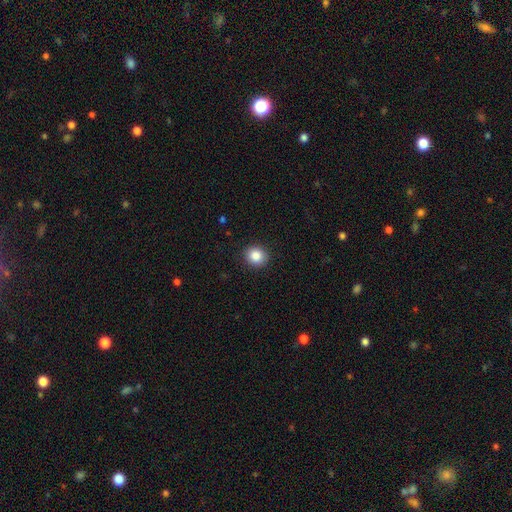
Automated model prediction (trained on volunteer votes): Smooth or featured?
  - smooth: 87% *
  - star or artifact: 9%
  - featured or disk: 4%
How rounded?
  - round: 85% *
  - in between: 14%
  - cigar-shaped: 1%
Merging?
  - none: 91% *
  - minor disturbance: 6%
  - major disturbance: 2%
  - merger: 1%